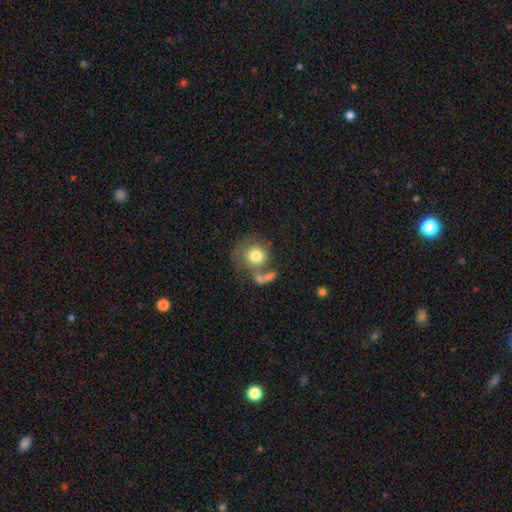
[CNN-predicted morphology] Smooth or featured?
  - smooth: 71% *
  - featured or disk: 21%
  - star or artifact: 8%
How rounded?
  - round: 84% *
  - in between: 15%
  - cigar-shaped: 1%
Merging?
  - none: 36% *
  - merger: 29%
  - major disturbance: 20%
  - minor disturbance: 15%